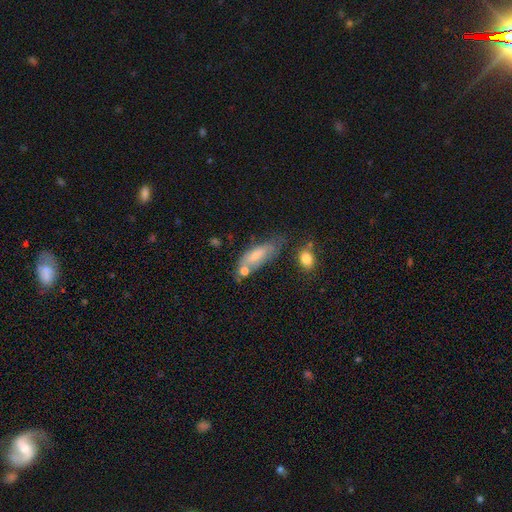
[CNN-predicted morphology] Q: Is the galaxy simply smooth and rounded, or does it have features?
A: smooth — 65%.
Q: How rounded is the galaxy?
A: in between — 67%.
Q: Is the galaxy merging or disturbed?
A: none — 45%.